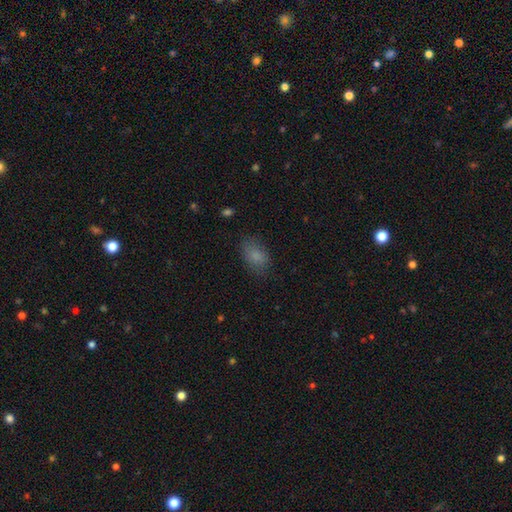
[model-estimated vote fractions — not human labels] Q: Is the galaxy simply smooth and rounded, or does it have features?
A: smooth — 82%.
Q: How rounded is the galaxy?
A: in between — 87%.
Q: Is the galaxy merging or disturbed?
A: none — 75%.